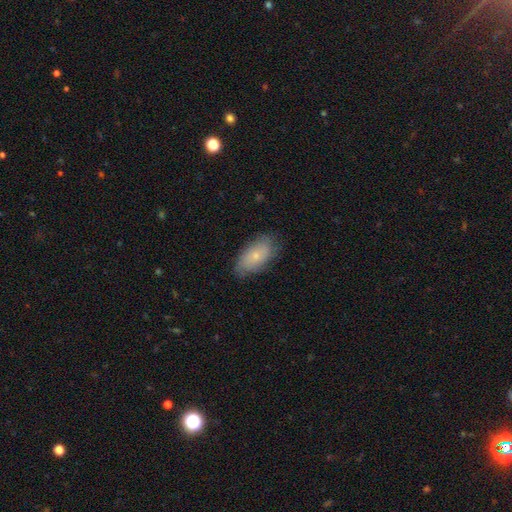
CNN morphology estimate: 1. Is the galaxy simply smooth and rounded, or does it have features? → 66% smooth, 27% featured or disk, 7% star or artifact.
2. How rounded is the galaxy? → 91% in between, 4% cigar-shaped, 4% round.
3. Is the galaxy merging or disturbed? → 74% none, 20% minor disturbance, 5% major disturbance, 1% merger.